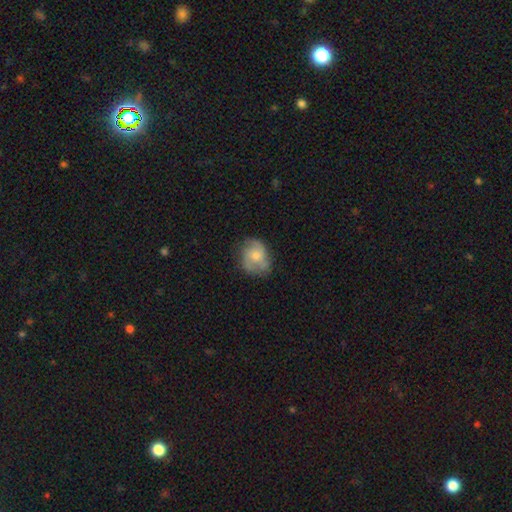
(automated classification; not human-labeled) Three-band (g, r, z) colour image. It shows a featured or disk galaxy (48%). Merging: none (63%).